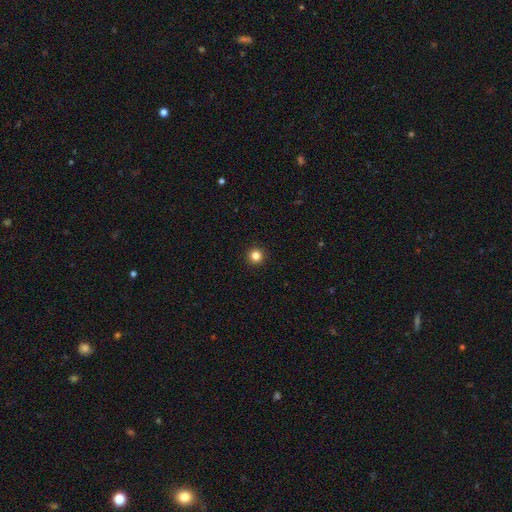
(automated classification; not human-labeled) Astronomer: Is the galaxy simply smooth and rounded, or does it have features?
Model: smooth — 83%.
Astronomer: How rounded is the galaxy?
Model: round — 96%.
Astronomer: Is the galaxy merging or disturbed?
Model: none — 94%.